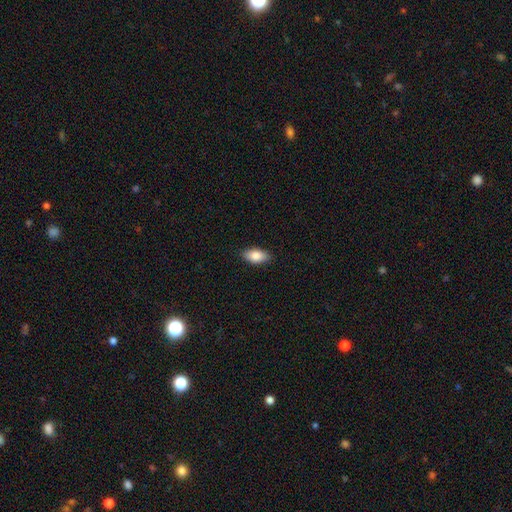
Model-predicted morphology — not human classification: A smooth galaxy with no disk features (84%) that is in between round and cigar-shaped (92%). Merging: none (88%).